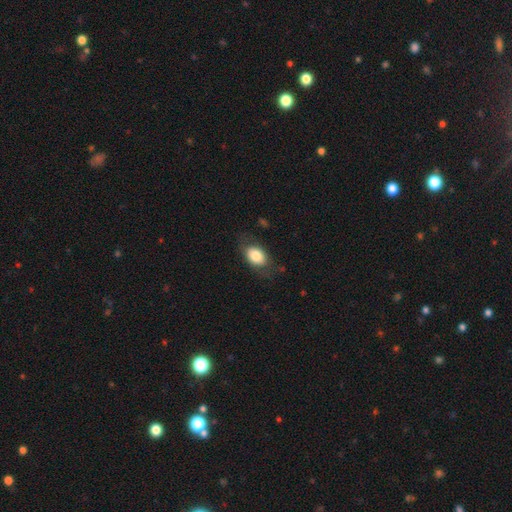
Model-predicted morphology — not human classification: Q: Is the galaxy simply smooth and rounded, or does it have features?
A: smooth — 79%.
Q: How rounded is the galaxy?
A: in between — 84%.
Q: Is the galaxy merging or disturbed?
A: none — 73%.